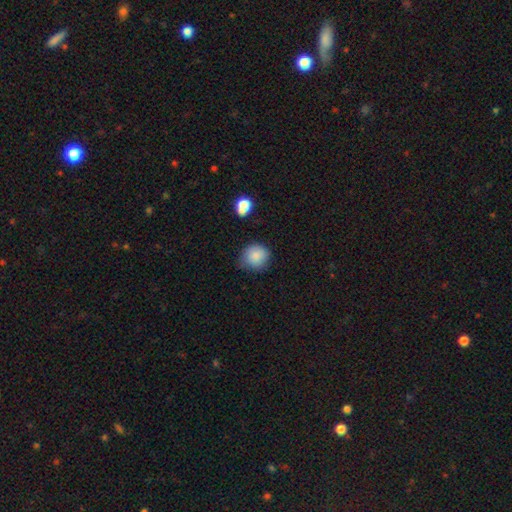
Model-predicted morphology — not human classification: Q: Smooth or featured?
A: smooth (86%); runner-up: star or artifact (9%)
Q: How rounded?
A: round (88%); runner-up: in between (11%)
Q: Merging?
A: none (68%); runner-up: minor disturbance (25%)